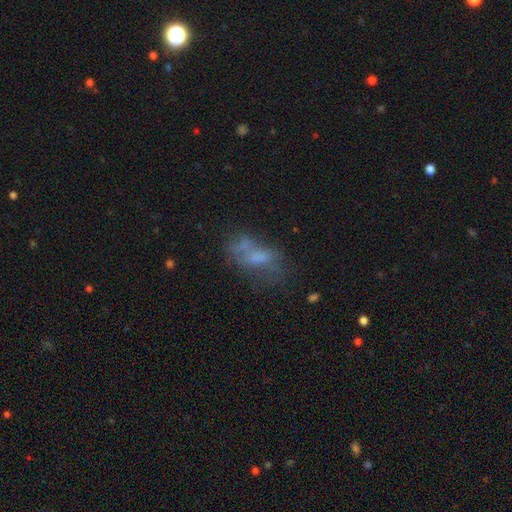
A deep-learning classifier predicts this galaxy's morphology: A smooth galaxy with no disk features (46%). Merging: none (35%).